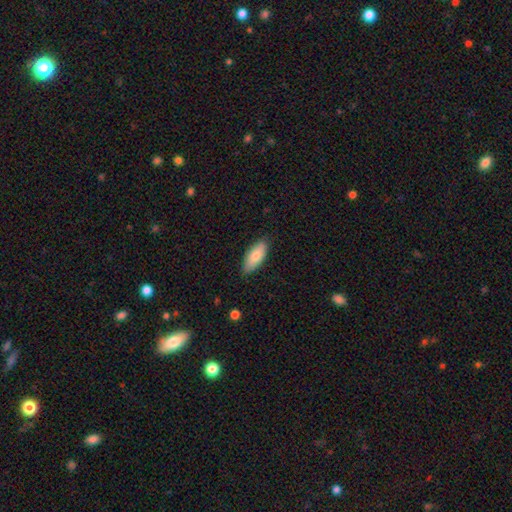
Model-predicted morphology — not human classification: smooth_or_featured: smooth (p=0.82) [alt: featured or disk p=0.12]
how_rounded: in between (p=0.84) [alt: cigar-shaped p=0.14]
merging: none (p=0.81) [alt: minor disturbance p=0.16]